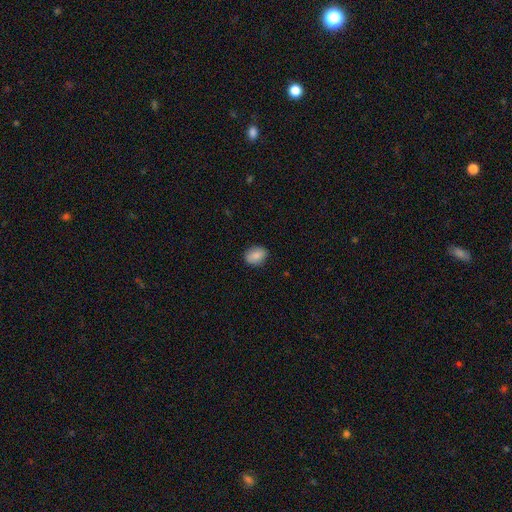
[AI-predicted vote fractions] Morphology: type=smooth (85%); roundness=in between (63%); merging=none (86%).